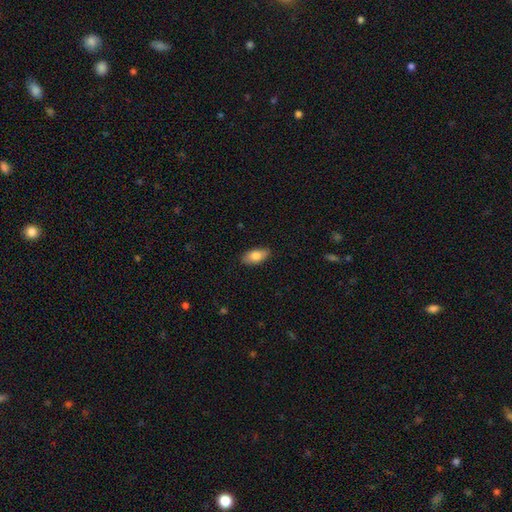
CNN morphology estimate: smooth_or_featured: smooth (p=0.80) [alt: featured or disk p=0.14]
how_rounded: in between (p=0.88) [alt: cigar-shaped p=0.09]
merging: none (p=0.87) [alt: minor disturbance p=0.10]